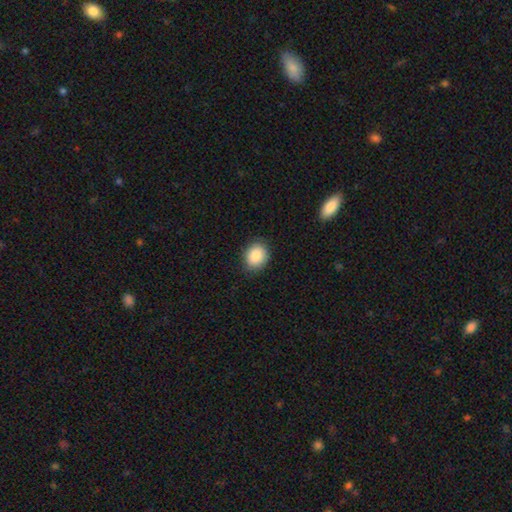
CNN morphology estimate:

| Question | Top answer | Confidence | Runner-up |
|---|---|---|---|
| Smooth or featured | smooth | 87% | star or artifact (8%) |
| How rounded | round | 61% | in between (38%) |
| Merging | none | 83% | minor disturbance (13%) |